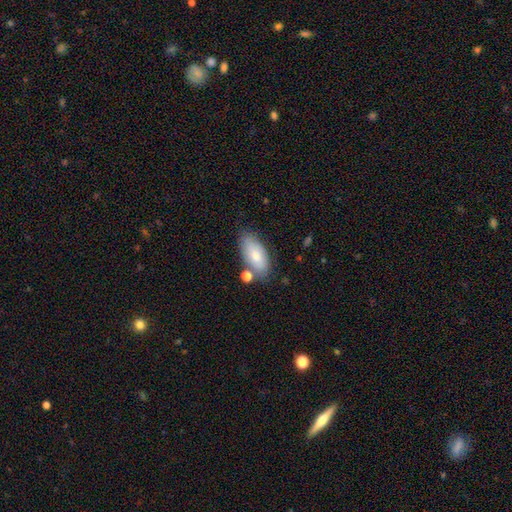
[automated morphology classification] A smooth galaxy with no disk features (75%) that is in between round and cigar-shaped (90%). Merging: none (67%).